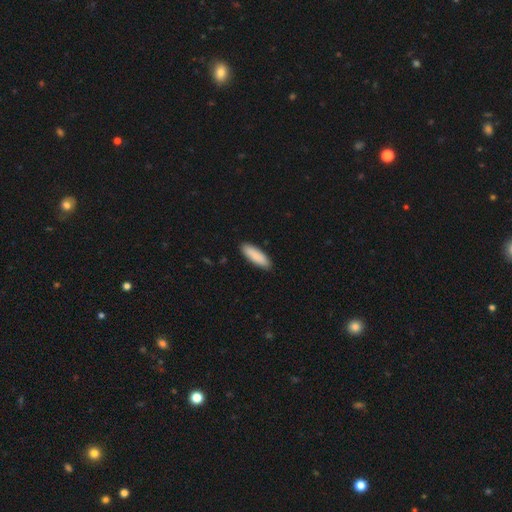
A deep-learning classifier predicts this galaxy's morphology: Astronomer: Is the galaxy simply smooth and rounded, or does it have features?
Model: smooth — 89%.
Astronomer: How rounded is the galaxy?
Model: in between — 51% (runner-up: cigar-shaped, 48%).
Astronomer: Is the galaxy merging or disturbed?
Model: none — 89%.